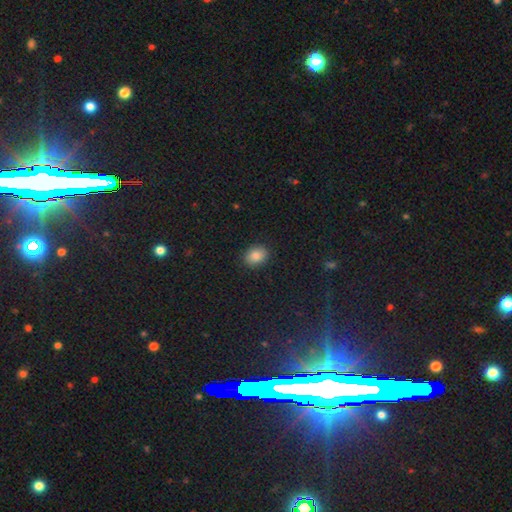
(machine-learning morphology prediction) Smooth or featured? Predicted: smooth (p=0.85). How rounded? Predicted: in between (p=0.64). Merging? Predicted: none (p=0.88).